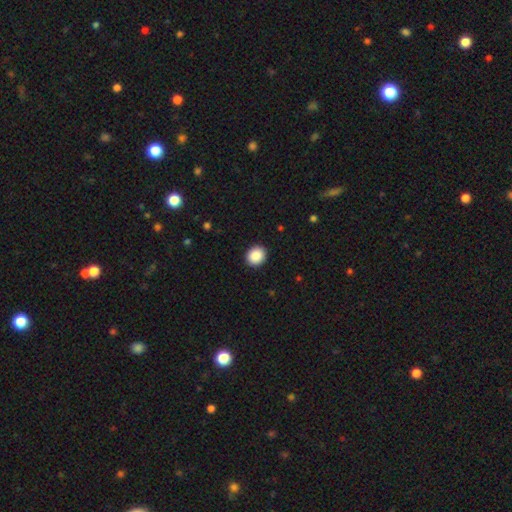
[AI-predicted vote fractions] This appears to be a smooth galaxy with no disk features (89%) that is round (76%). Merging: none (92%).